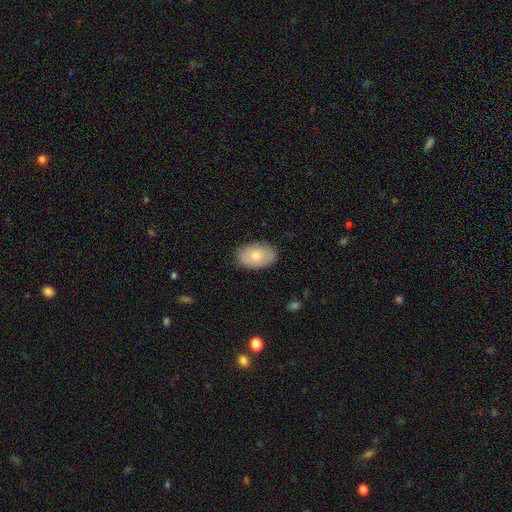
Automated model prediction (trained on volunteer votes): smooth-or-featured: smooth: 76% | featured or disk: 18% | star or artifact: 6%
  how-rounded: in between: 90% | round: 9% | cigar-shaped: 1%
  merging: none: 83% | minor disturbance: 14% | major disturbance: 3% | merger: 1%